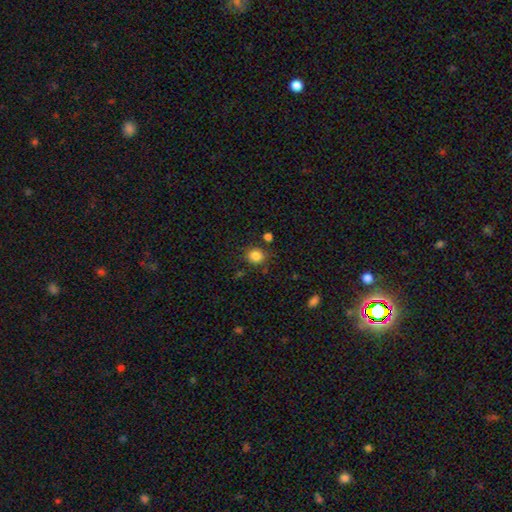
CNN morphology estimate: A smooth galaxy with no disk features (85%) that is round (80%). Merging: none (79%).